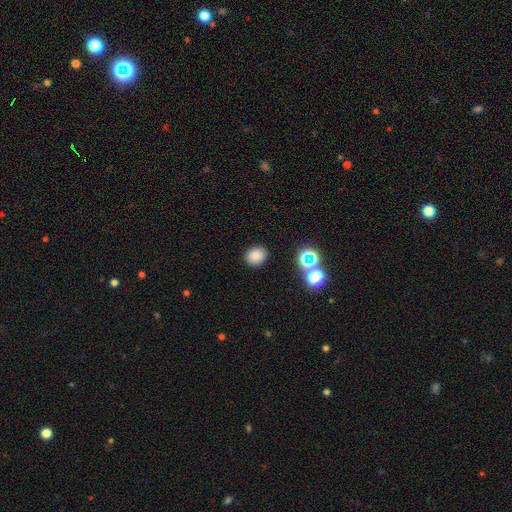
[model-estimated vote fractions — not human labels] smooth-or-featured: smooth: 81% | star or artifact: 14% | featured or disk: 5%
  how-rounded: round: 56% | in between: 43% | cigar-shaped: 1%
  merging: none: 88% | minor disturbance: 8% | major disturbance: 2% | merger: 2%